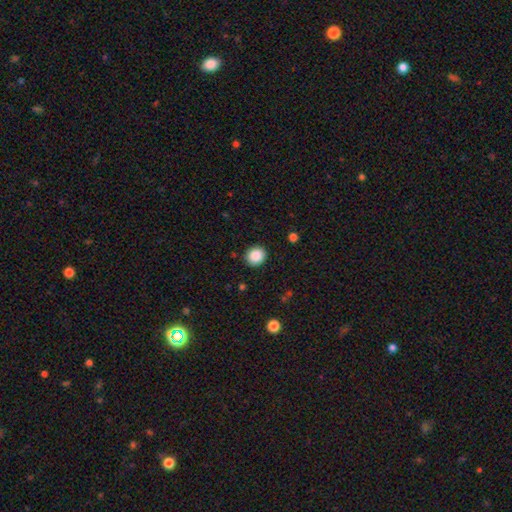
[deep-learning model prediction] The model was most divided on "how rounded": round: 83%, in between: 16%, cigar-shaped: 1%. More confident: merging — none (91%); smooth or featured — smooth (88%).